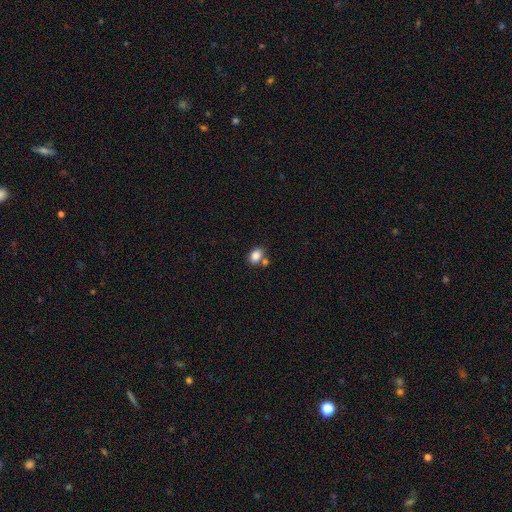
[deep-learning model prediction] This is clearly a smooth galaxy (84%). How rounded: likely in between (72%). Merging: possibly none (60%).